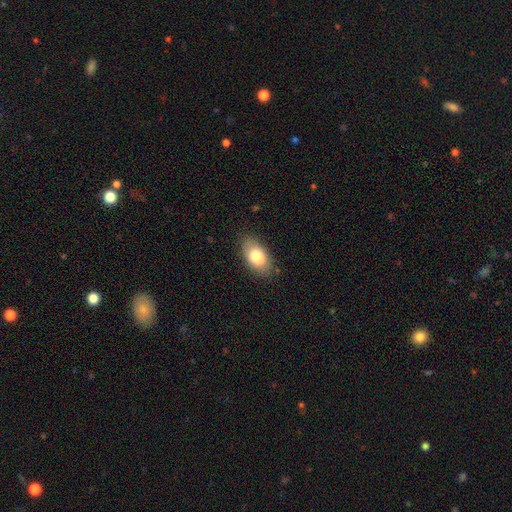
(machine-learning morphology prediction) Q: Smooth or featured?
A: smooth (73%); runner-up: featured or disk (19%)
Q: How rounded?
A: in between (91%); runner-up: round (6%)
Q: Merging?
A: none (68%); runner-up: minor disturbance (16%)